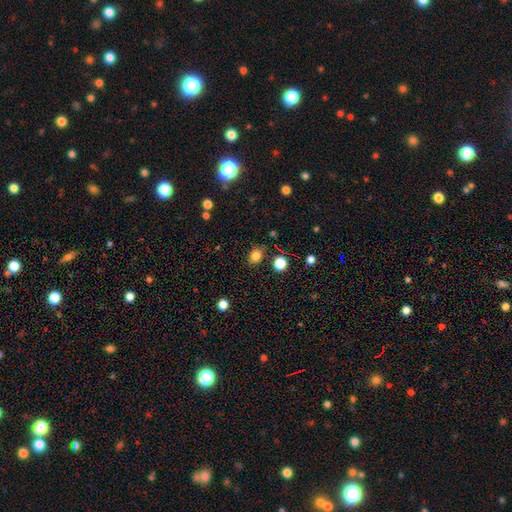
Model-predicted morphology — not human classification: Smooth or featured? smooth (82%)
How rounded? in between (51%)
Merging? none (81%)